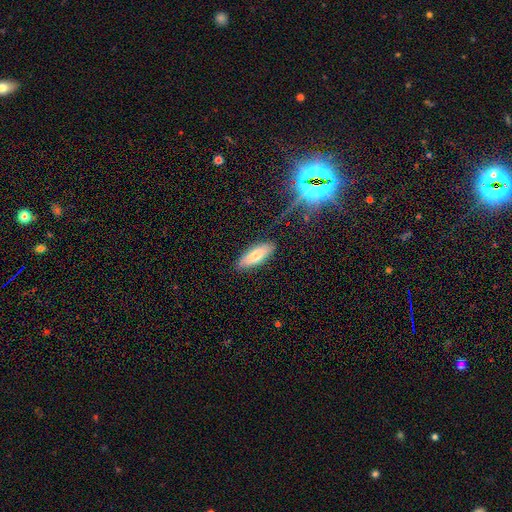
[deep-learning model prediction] Smooth or featured? smooth (74%)
How rounded? in between (63%)
Merging? none (85%)